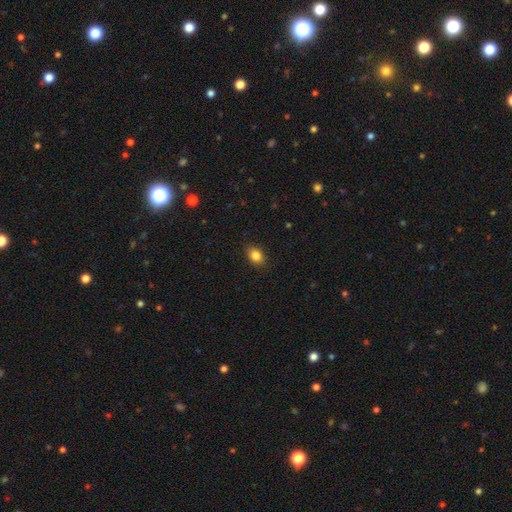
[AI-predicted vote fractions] smooth-or-featured: smooth: 85% | star or artifact: 10% | featured or disk: 5%
  how-rounded: in between: 67% | round: 31% | cigar-shaped: 1%
  merging: none: 88% | minor disturbance: 9% | major disturbance: 2% | merger: 1%